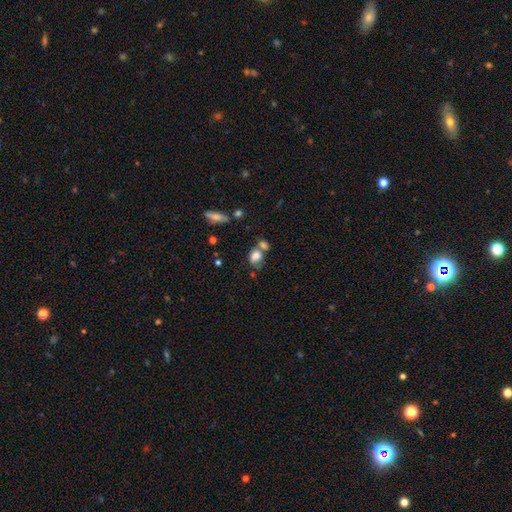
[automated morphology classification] Q: Smooth or featured?
A: smooth (77%); runner-up: featured or disk (12%)
Q: How rounded?
A: in between (61%); runner-up: round (37%)
Q: Merging?
A: merger (40%); runner-up: none (37%)